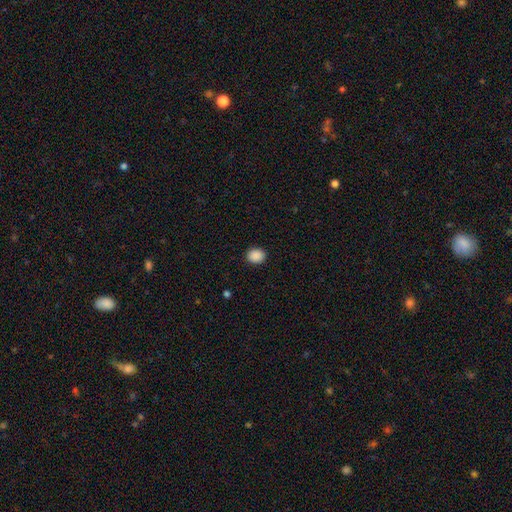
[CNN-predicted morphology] Smooth or featured? Predicted: smooth (p=0.89). How rounded? Predicted: round (p=0.63). Merging? Predicted: none (p=0.91).